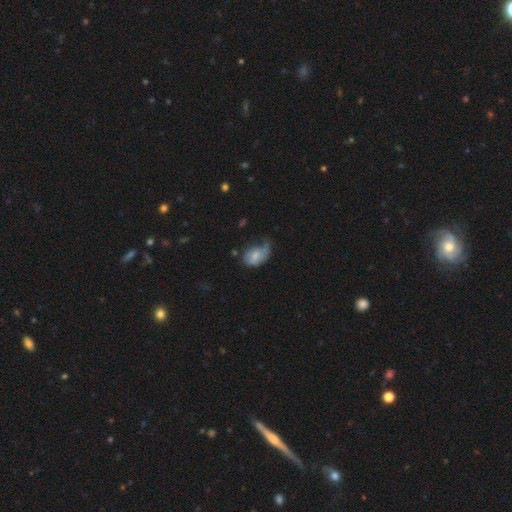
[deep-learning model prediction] Q: Smooth or featured?
A: smooth (64%); runner-up: featured or disk (28%)
Q: How rounded?
A: in between (82%); runner-up: round (16%)
Q: Merging?
A: minor disturbance (39%); runner-up: major disturbance (30%)